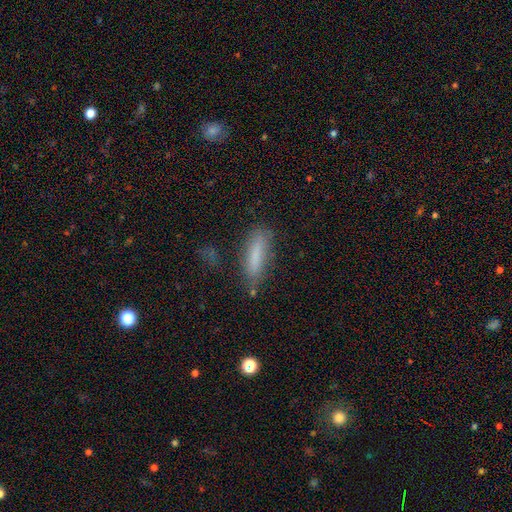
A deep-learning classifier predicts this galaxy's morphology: This appears to be a smooth galaxy with no disk features (78%) that is cigar-shaped (68%). Merging: none (73%).